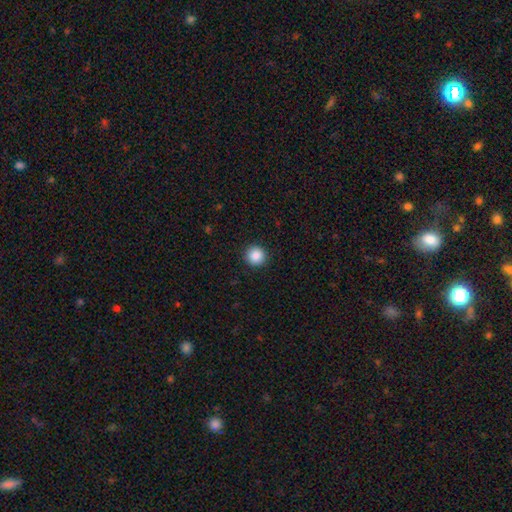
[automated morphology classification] This is clearly a smooth galaxy (88%). How rounded: clearly round (95%). Merging: clearly none (93%).